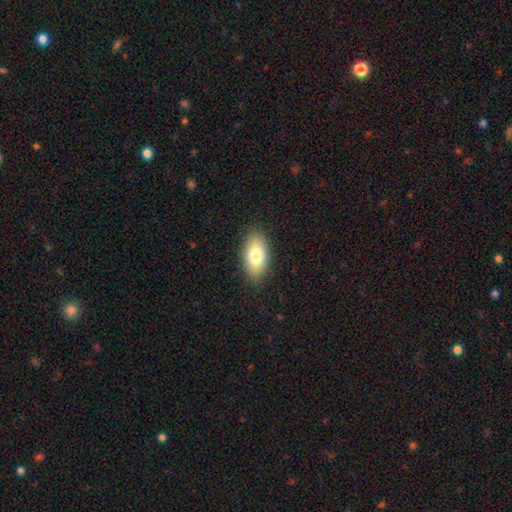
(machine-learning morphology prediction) smooth 78%, featured or disk 15%, star or artifact 7%. Down the decision tree: how rounded — in between (92%); merging — none (87%).